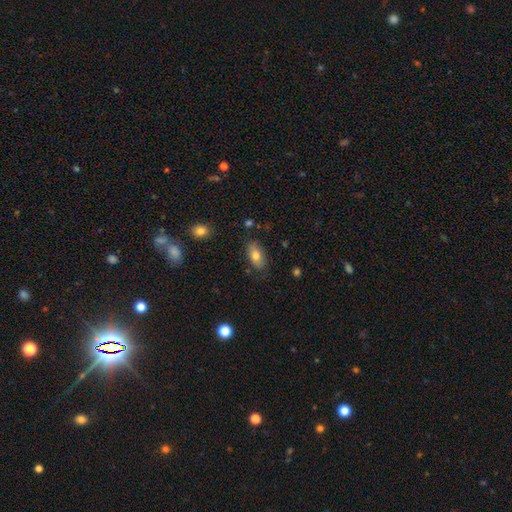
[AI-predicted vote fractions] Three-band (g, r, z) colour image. It shows a smooth galaxy with no disk features (79%) that is in between round and cigar-shaped (91%). Merging: none (80%).